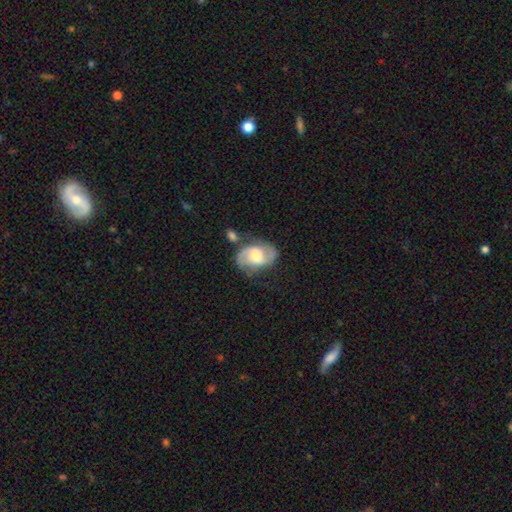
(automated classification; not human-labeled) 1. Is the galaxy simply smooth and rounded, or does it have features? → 77% featured or disk, 17% smooth, 6% star or artifact.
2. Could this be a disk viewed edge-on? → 97% no, 3% yes.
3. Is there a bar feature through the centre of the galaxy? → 46% weak, 41% no, 13% strong.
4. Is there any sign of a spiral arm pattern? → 93% yes, 7% no.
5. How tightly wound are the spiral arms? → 51% medium, 31% loose, 17% tight.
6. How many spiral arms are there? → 90% 2, 5% can't tell, 2% 1, 1% 3, 1% 4, 1% more than 4.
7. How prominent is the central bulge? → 56% moderate, 27% small, 12% large, 3% none, 2% dominant.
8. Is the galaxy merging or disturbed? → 62% none, 20% minor disturbance, 11% merger, 8% major disturbance.